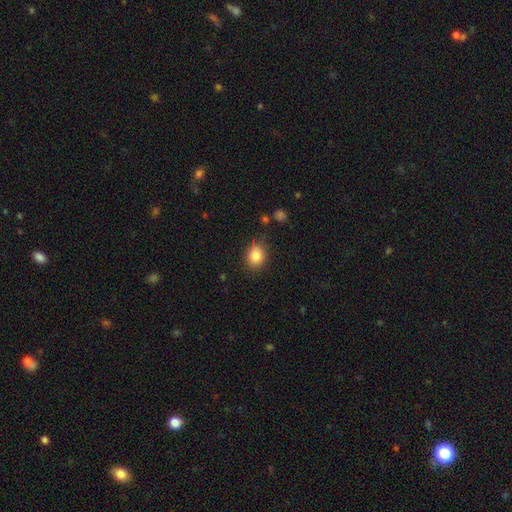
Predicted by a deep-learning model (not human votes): smooth-or-featured: smooth: 84% | star or artifact: 10% | featured or disk: 7%
  how-rounded: round: 56% | in between: 43% | cigar-shaped: 1%
  merging: none: 82% | minor disturbance: 13% | major disturbance: 3% | merger: 2%